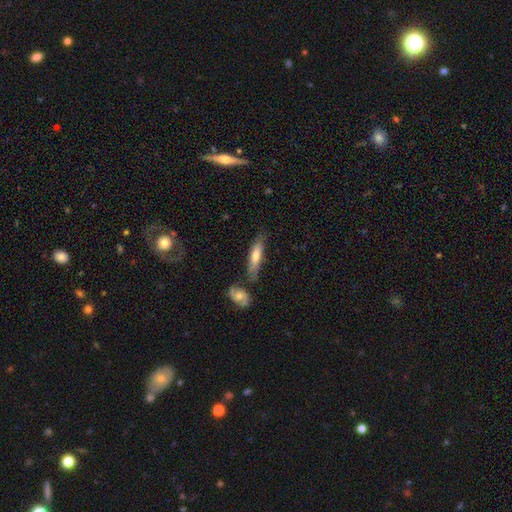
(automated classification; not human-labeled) A smooth galaxy with no disk features (64%) that is cigar-shaped (67%). Merging: none (64%).